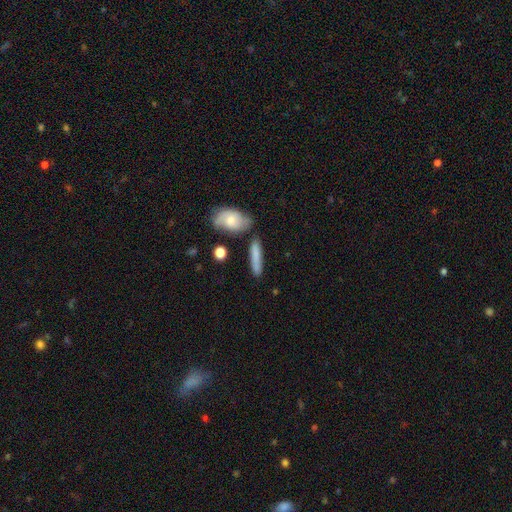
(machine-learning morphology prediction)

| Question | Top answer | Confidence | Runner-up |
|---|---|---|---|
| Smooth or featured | smooth | 74% | featured or disk (20%) |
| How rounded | cigar-shaped | 79% | in between (18%) |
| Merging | none | 72% | minor disturbance (15%) |